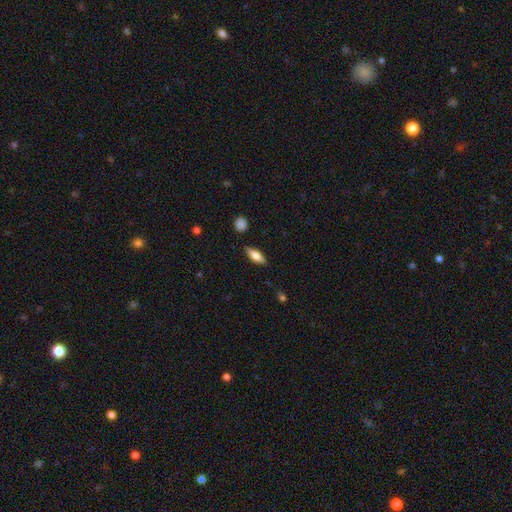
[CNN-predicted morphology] type=smooth (70%); roundness=in between (63%); merging=none (86%).